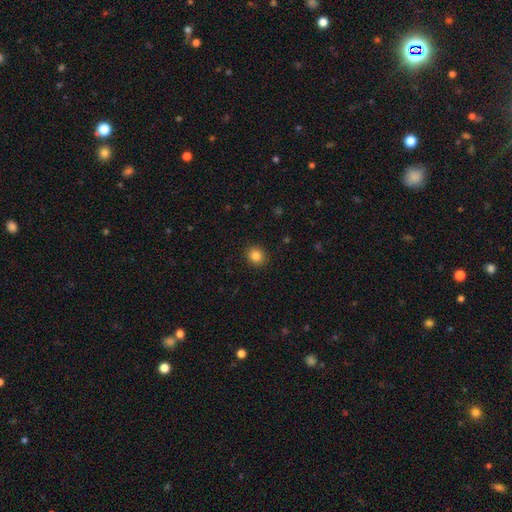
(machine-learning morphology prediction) This appears to be a smooth galaxy with no disk features (84%) that is round (84%). Merging: none (92%).